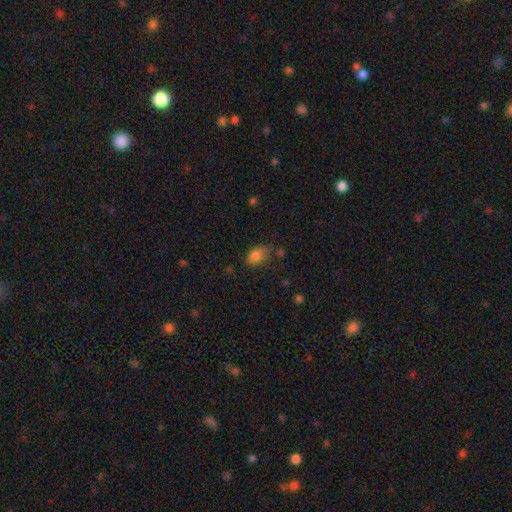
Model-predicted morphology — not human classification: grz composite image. It shows a smooth galaxy with no disk features (82%) that is in between round and cigar-shaped (86%). Merging: none (62%).